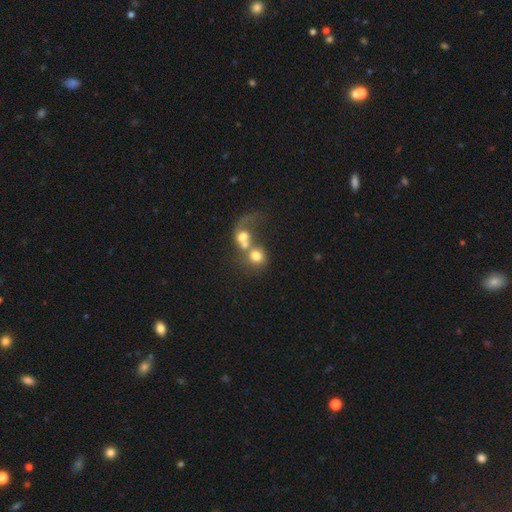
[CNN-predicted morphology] A smooth galaxy with no disk features (62%) that is round (72%). Merging: merger (70%).